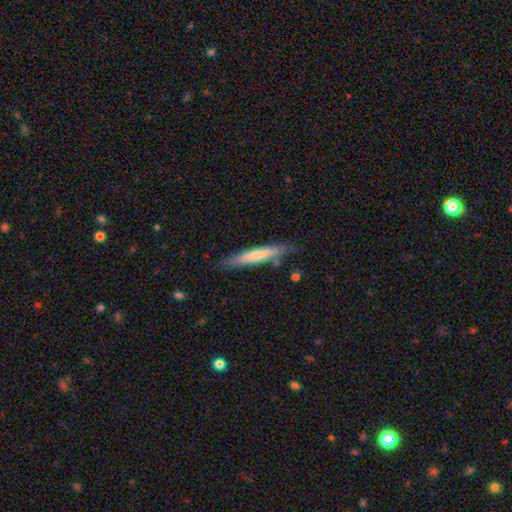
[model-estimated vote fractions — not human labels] The model was most divided on "smooth or featured": smooth: 61%, featured or disk: 34%, star or artifact: 6%. More confident: how rounded — cigar-shaped (93%); merging — none (81%).